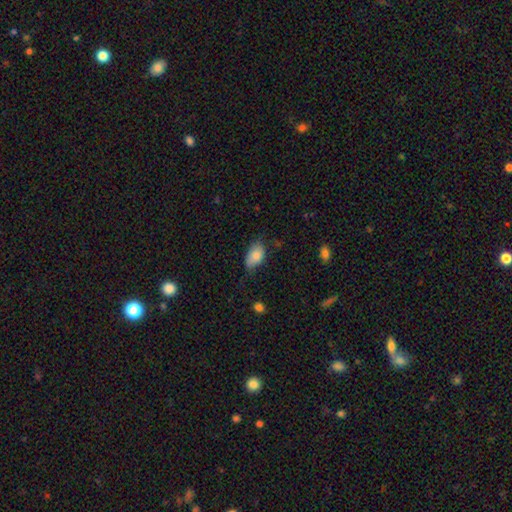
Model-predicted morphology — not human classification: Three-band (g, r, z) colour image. It shows a smooth galaxy with no disk features (81%) that is in between round and cigar-shaped (91%). Merging: none (55%).